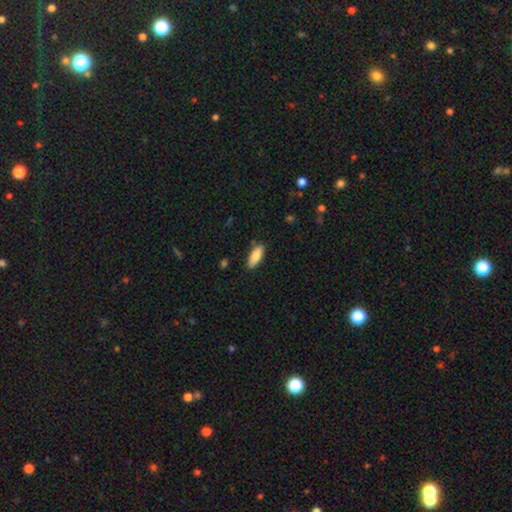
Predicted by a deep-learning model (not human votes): This is clearly a smooth galaxy (85%). How rounded: likely in between (72%). Merging: clearly none (84%).